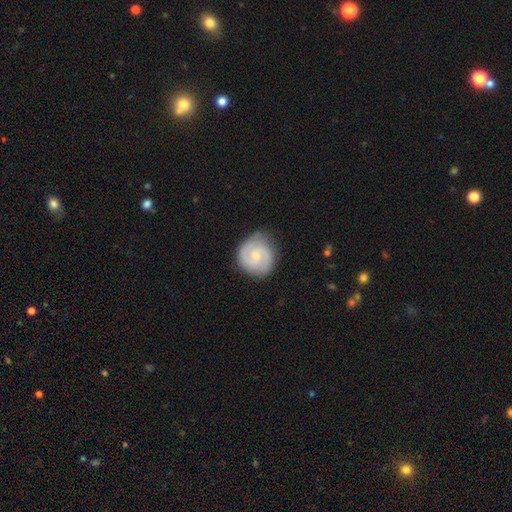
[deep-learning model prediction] Smooth or featured?
  - featured or disk: 66% *
  - smooth: 28%
  - star or artifact: 6%
Edge-on disk?
  - no: 98% *
  - yes: 2%
Bar?
  - no: 61% *
  - weak: 35%
  - strong: 4%
Spiral arms?
  - yes: 92% *
  - no: 8%
Spiral winding?
  - tight: 53% *
  - medium: 37%
  - loose: 9%
Spiral arm count?
  - 2: 72% *
  - can't tell: 14%
  - 3: 7%
  - 1: 4%
  - 4: 2%
  - more than 4: 2%
Bulge size?
  - small: 58% *
  - moderate: 37%
  - none: 3%
  - large: 1%
  - dominant: 1%
Merging?
  - none: 74% *
  - minor disturbance: 20%
  - major disturbance: 4%
  - merger: 1%